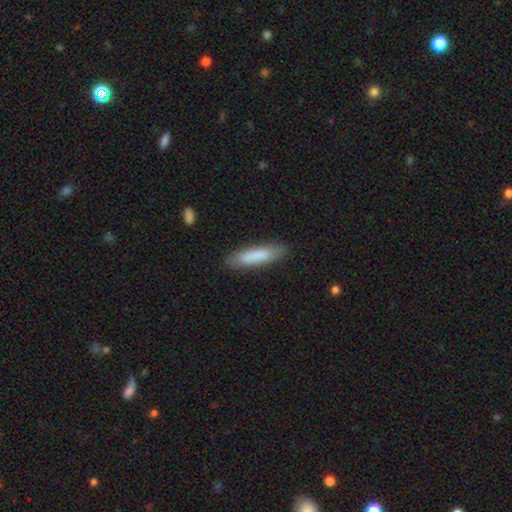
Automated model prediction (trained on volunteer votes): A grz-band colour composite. It shows a smooth galaxy with no disk features (82%) that is cigar-shaped (77%). Merging: none (84%).